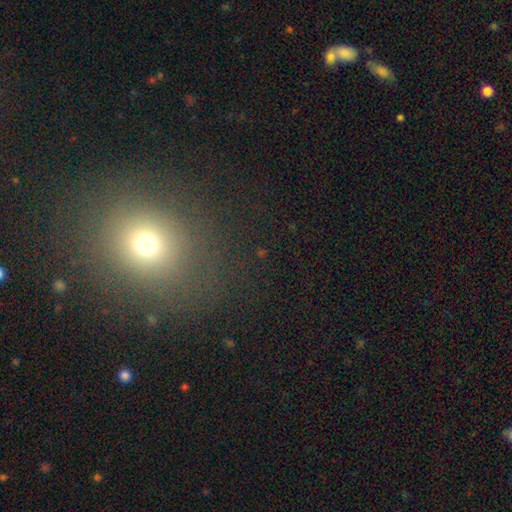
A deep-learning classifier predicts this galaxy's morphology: smooth-or-featured: smooth: 62% | star or artifact: 29% | featured or disk: 9%
  how-rounded: round: 73% | in between: 26% | cigar-shaped: 1%
  merging: none: 86% | minor disturbance: 8% | major disturbance: 4% | merger: 2%